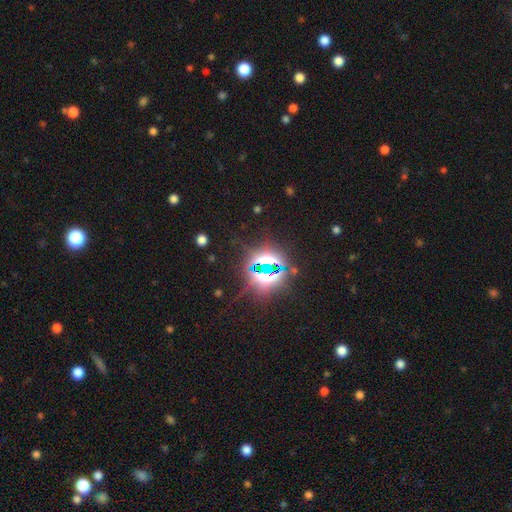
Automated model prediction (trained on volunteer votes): Q: Smooth or featured?
A: star or artifact (78%); runner-up: smooth (13%)